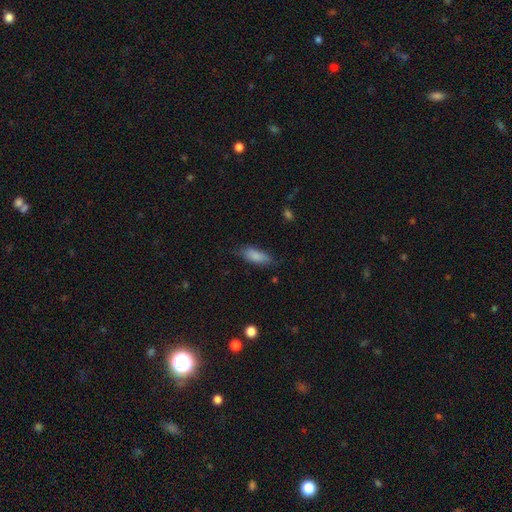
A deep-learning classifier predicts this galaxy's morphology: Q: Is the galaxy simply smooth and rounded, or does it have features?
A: smooth — 84%.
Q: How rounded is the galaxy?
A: in between — 73%.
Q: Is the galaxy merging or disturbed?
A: none — 71%.